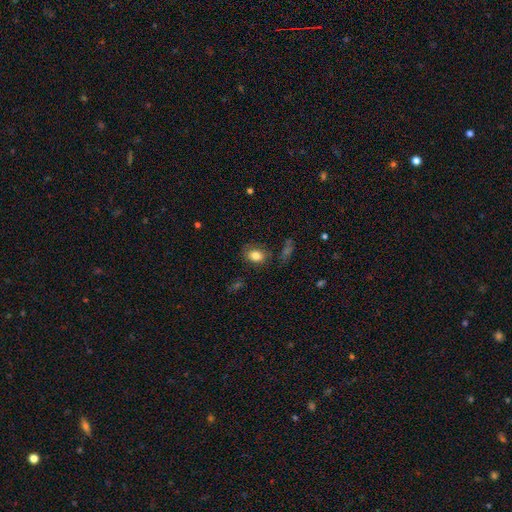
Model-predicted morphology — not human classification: Q: Smooth or featured?
A: smooth (81%); runner-up: featured or disk (10%)
Q: How rounded?
A: in between (73%); runner-up: round (26%)
Q: Merging?
A: none (74%); runner-up: minor disturbance (16%)